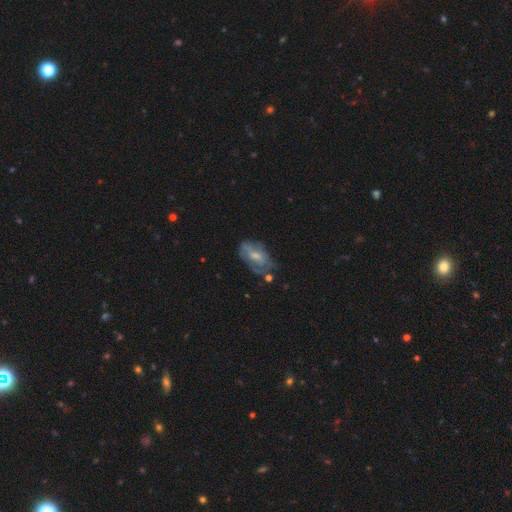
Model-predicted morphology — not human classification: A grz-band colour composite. It shows a featured or disk galaxy (57%) with no bar (58%), spiral arms (51%) and a moderate central bulge (48%). Merging: none (46%).